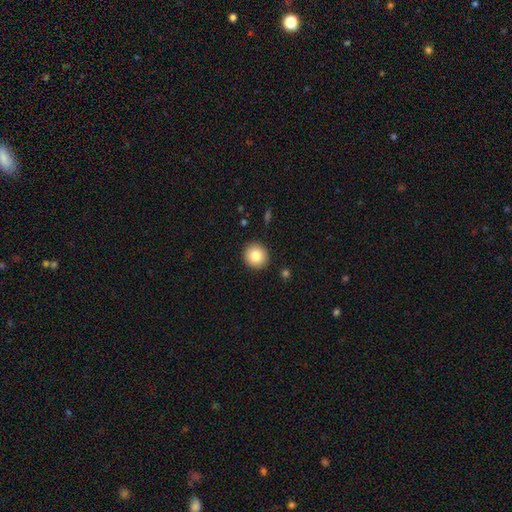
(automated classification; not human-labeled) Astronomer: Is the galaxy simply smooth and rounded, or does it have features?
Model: smooth — 81%.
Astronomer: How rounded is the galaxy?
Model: round — 93%.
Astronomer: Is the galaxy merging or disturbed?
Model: none — 92%.